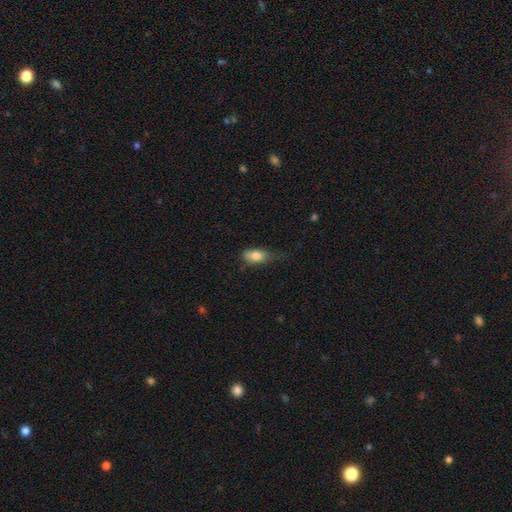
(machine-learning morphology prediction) Smooth or featured: smooth — 82% (featured or disk — 10%)
How rounded: in between — 86% (cigar-shaped — 8%)
Merging: none — 45% (minor disturbance — 39%)